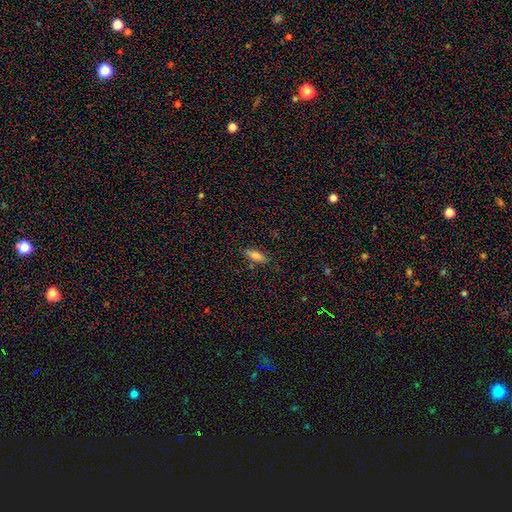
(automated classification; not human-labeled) Smooth or featured: smooth — 71% (featured or disk — 20%)
How rounded: in between — 66% (cigar-shaped — 31%)
Merging: none — 81% (minor disturbance — 13%)